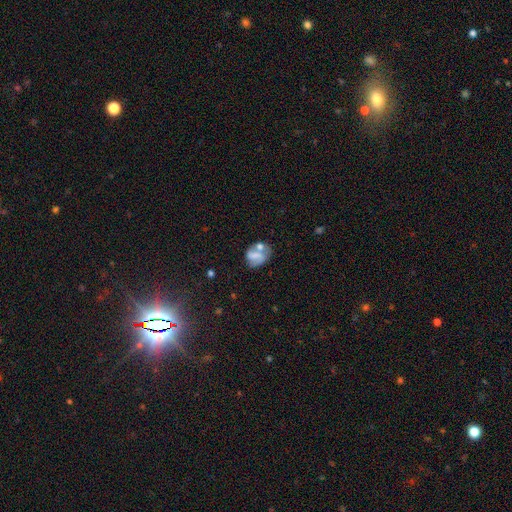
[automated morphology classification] This is possibly a smooth galaxy (46%). Merging: marginally none (38%).